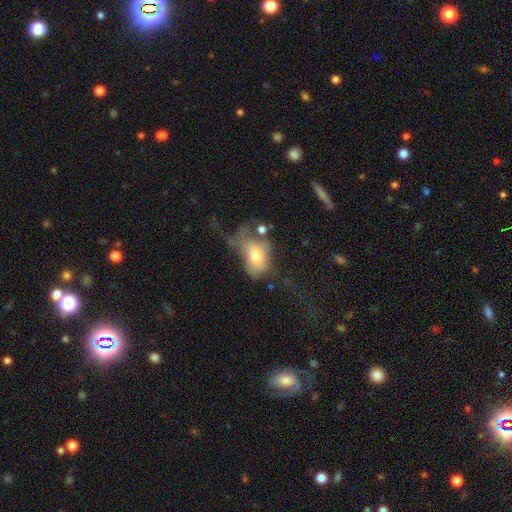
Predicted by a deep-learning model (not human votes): Smooth or featured?
  - smooth: 62% *
  - featured or disk: 29%
  - star or artifact: 10%
How rounded?
  - in between: 81% *
  - round: 17%
  - cigar-shaped: 2%
Merging?
  - major disturbance: 50% *
  - minor disturbance: 20%
  - none: 20%
  - merger: 10%